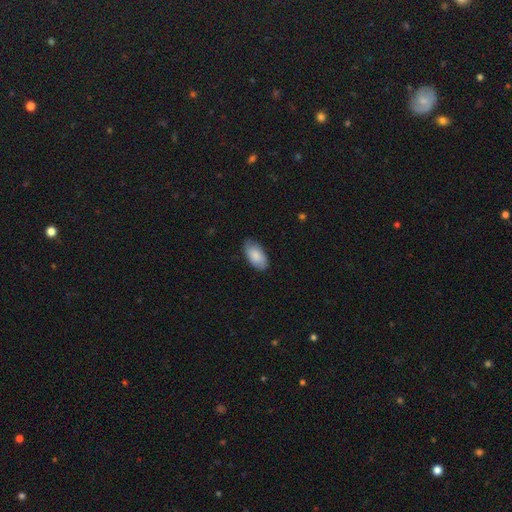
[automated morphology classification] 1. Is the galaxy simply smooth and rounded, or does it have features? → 81% smooth, 13% featured or disk, 6% star or artifact.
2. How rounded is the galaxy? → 95% in between, 3% round, 3% cigar-shaped.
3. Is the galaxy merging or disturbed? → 78% none, 18% minor disturbance, 3% major disturbance, 1% merger.